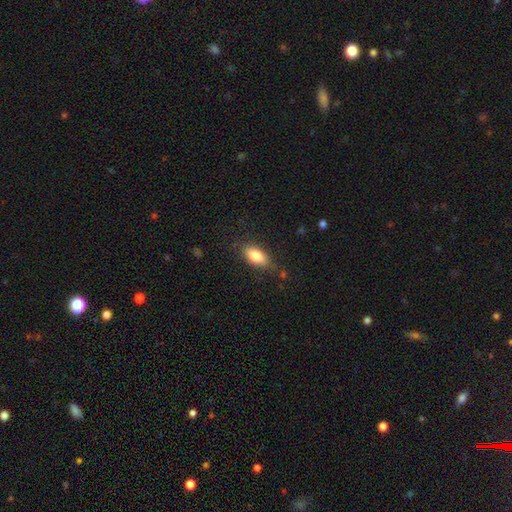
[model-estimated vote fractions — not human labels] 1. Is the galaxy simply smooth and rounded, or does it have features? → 81% smooth, 12% featured or disk, 7% star or artifact.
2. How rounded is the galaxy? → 88% in between, 8% cigar-shaped, 4% round.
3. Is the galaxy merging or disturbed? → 79% none, 15% minor disturbance, 4% major disturbance, 2% merger.